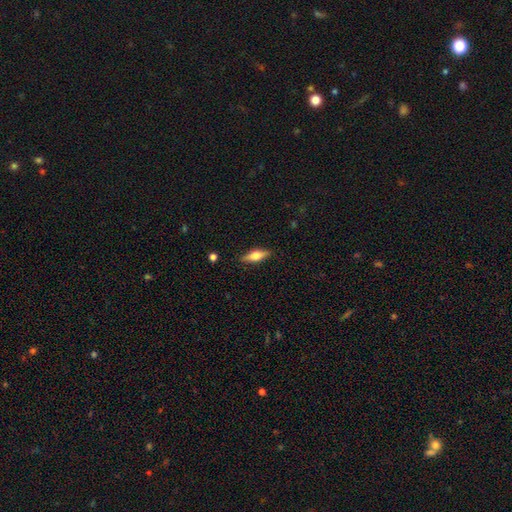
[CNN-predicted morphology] smooth-or-featured: smooth: 55% | featured or disk: 39% | star or artifact: 7%
  how-rounded: in between: 53% | cigar-shaped: 44% | round: 3%
  merging: none: 87% | minor disturbance: 9% | major disturbance: 2% | merger: 1%